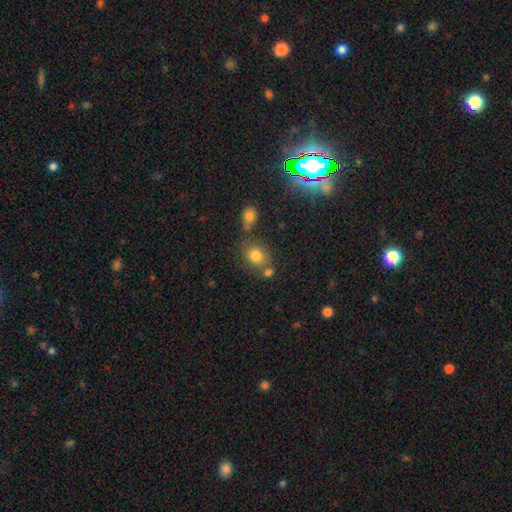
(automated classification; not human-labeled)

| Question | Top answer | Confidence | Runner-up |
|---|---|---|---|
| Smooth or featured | smooth | 79% | star or artifact (12%) |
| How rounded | round | 64% | in between (35%) |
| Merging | none | 63% | merger (19%) |